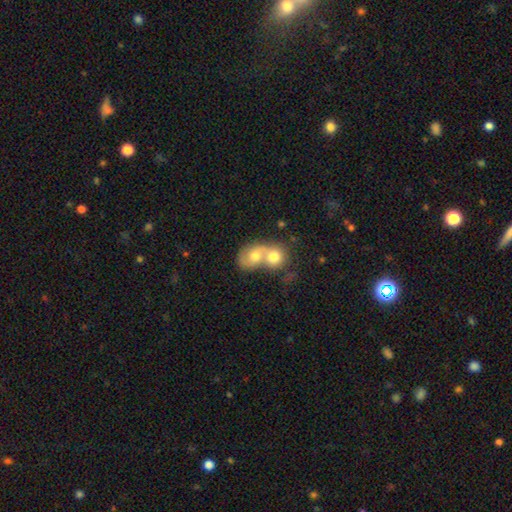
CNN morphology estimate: Smooth or featured: smooth — 52% (featured or disk — 37%)
How rounded: round — 56% (in between — 43%)
Merging: merger — 74% (none — 17%)